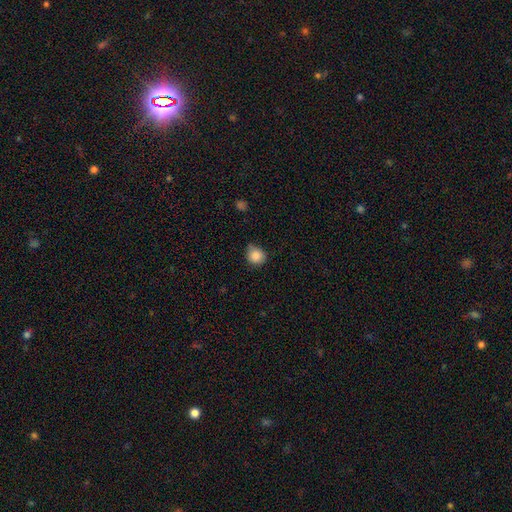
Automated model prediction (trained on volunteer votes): smooth 87%, star or artifact 9%, featured or disk 4%. Down the decision tree: how rounded — round (87%); merging — none (60%).